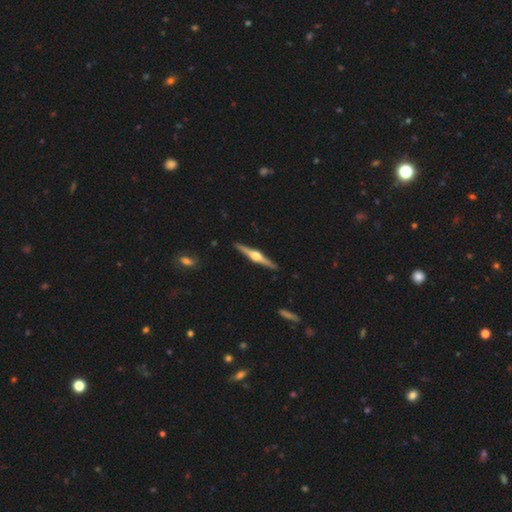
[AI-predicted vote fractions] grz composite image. It shows a featured or disk galaxy (82%) viewed edge-on (98%) with a rounded central bulge (95%). Merging: none (92%).